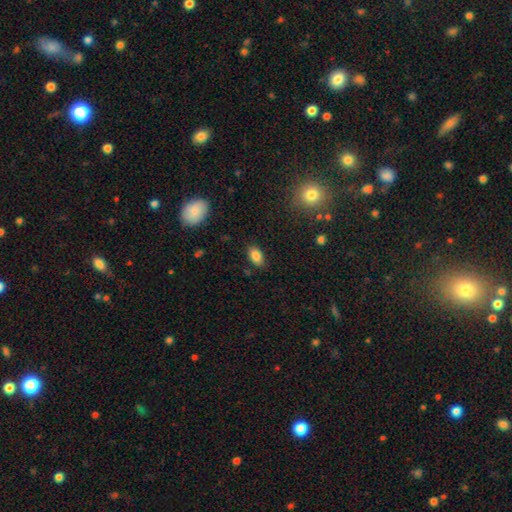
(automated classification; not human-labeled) Smooth or featured?
  - smooth: 85% *
  - star or artifact: 9%
  - featured or disk: 6%
How rounded?
  - in between: 91% *
  - round: 6%
  - cigar-shaped: 2%
Merging?
  - none: 84% *
  - minor disturbance: 11%
  - major disturbance: 3%
  - merger: 2%